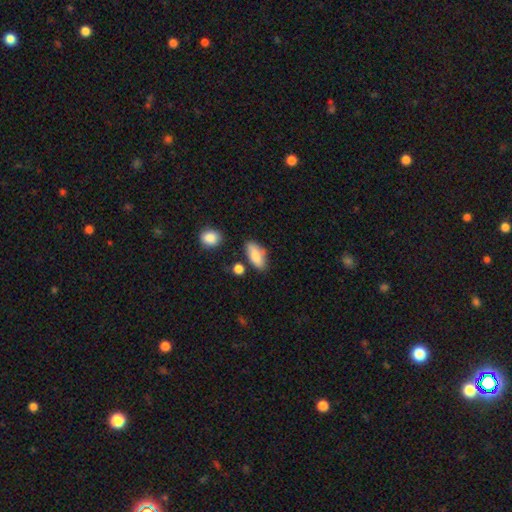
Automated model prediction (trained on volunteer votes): Smooth or featured: smooth — 83% (featured or disk — 10%)
How rounded: in between — 87% (cigar-shaped — 10%)
Merging: none — 72% (minor disturbance — 18%)